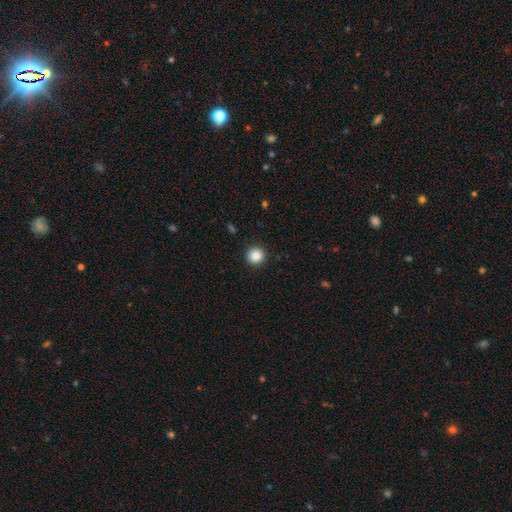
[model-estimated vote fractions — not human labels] Smooth or featured? Predicted: smooth (p=0.86). How rounded? Predicted: round (p=0.95). Merging? Predicted: none (p=0.92).